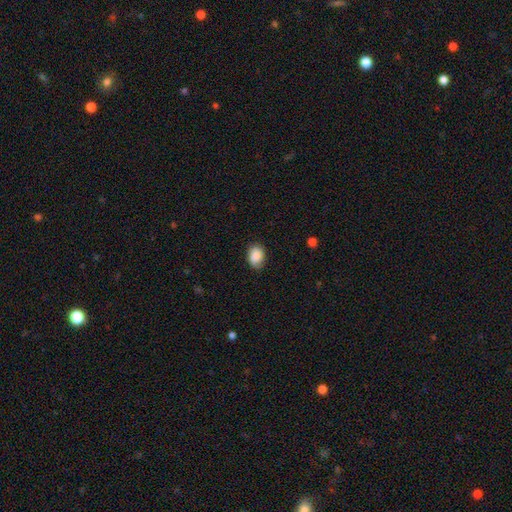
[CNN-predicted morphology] A smooth galaxy with no disk features (87%) that is in between round and cigar-shaped (76%).

Vote fractions:
- Smooth or featured? smooth: 87% / star or artifact: 7% / featured or disk: 6%
- How rounded? in between: 76% / round: 23% / cigar-shaped: 1%
- Merging? none: 80% / minor disturbance: 16% / major disturbance: 3% / merger: 1%